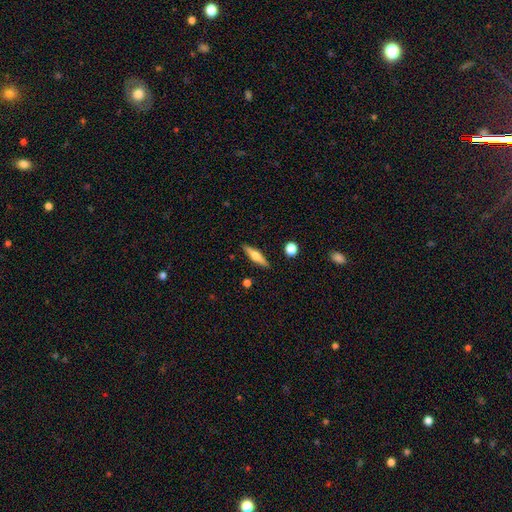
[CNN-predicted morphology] Smooth or featured? smooth (50%)
Merging? none (88%)